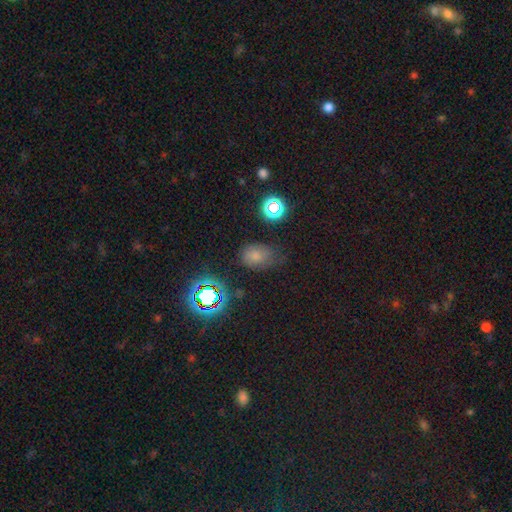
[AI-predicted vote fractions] The model was most divided on "merging": none: 58%, minor disturbance: 29%, major disturbance: 10%, merger: 3%. More confident: how rounded — in between (74%); smooth or featured — smooth (68%).